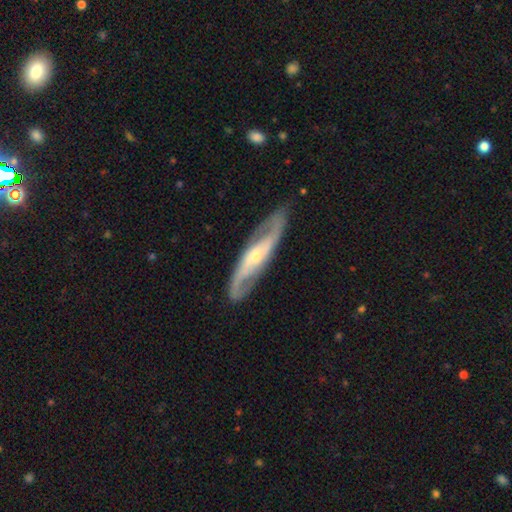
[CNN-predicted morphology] Smooth or featured?
  - featured or disk: 86% *
  - smooth: 9%
  - star or artifact: 4%
Edge-on disk?
  - no: 80% *
  - yes: 20%
Bar?
  - no: 39% *
  - weak: 31%
  - strong: 30%
Spiral arms?
  - yes: 94% *
  - no: 6%
Spiral winding?
  - medium: 45% *
  - loose: 31%
  - tight: 24%
Spiral arm count?
  - 2: 91% *
  - can't tell: 4%
  - 1: 1%
  - 3: 1%
  - 4: 1%
  - more than 4: 1%
Bulge size?
  - small: 58% *
  - moderate: 37%
  - large: 2%
  - none: 2%
  - dominant: 1%
Merging?
  - none: 85% *
  - minor disturbance: 11%
  - major disturbance: 3%
  - merger: 1%